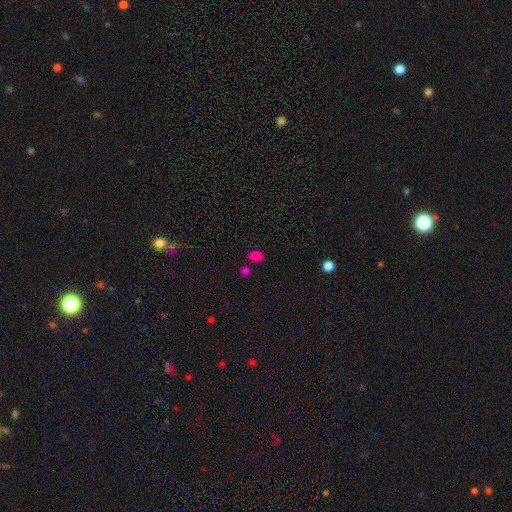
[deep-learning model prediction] Smooth or featured?
  - smooth: 81% *
  - star or artifact: 15%
  - featured or disk: 5%
How rounded?
  - in between: 60% *
  - round: 39%
  - cigar-shaped: 1%
Merging?
  - none: 79% *
  - minor disturbance: 10%
  - merger: 8%
  - major disturbance: 3%